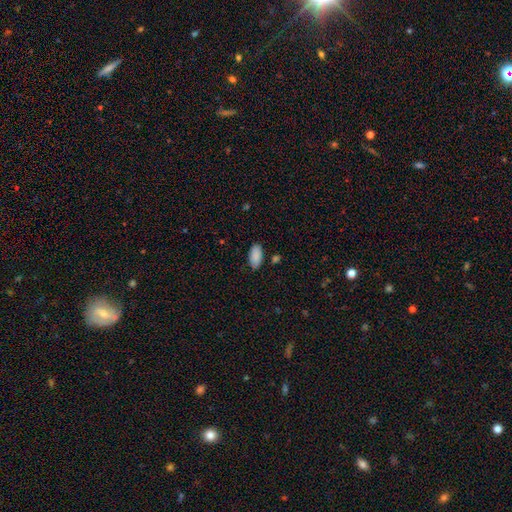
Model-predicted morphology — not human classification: Smooth or featured? smooth (89%)
How rounded? in between (94%)
Merging? none (81%)